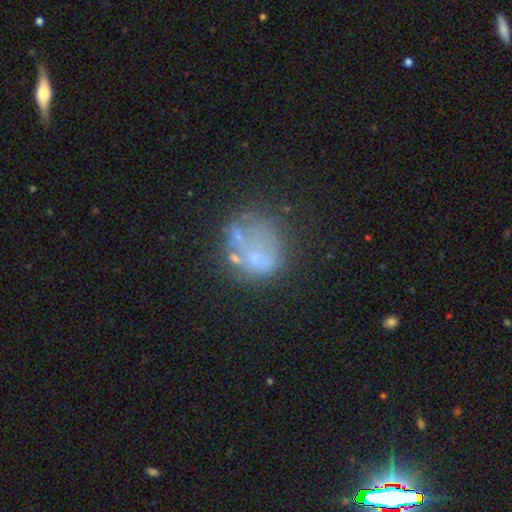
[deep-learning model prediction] smooth_or_featured: featured or disk (p=0.41) [alt: smooth p=0.40]
merging: none (p=0.47) [alt: major disturbance p=0.19]